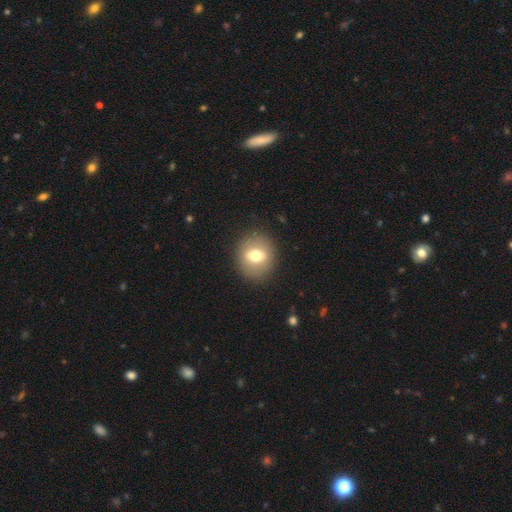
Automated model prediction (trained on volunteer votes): A smooth galaxy with no disk features (65%) that is round (68%). Merging: none (88%).